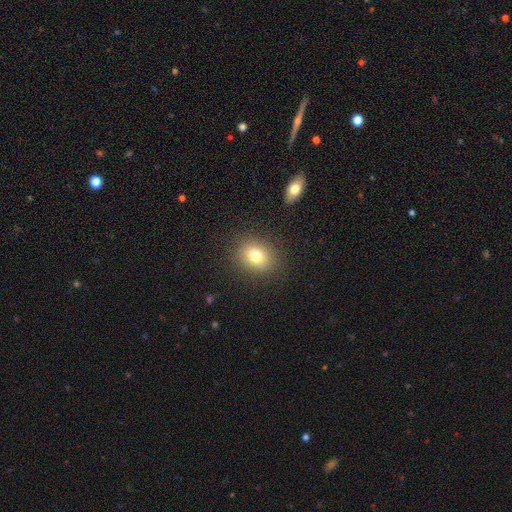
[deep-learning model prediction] A smooth galaxy with no disk features (77%) that is round (59%). Merging: none (87%).